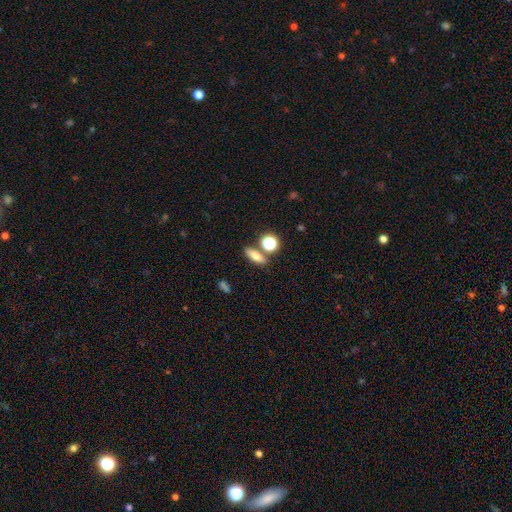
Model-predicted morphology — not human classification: smooth_or_featured: smooth (p=0.69) [alt: featured or disk p=0.18]
how_rounded: in between (p=0.56) [alt: cigar-shaped p=0.26]
merging: none (p=0.74) [alt: merger p=0.13]